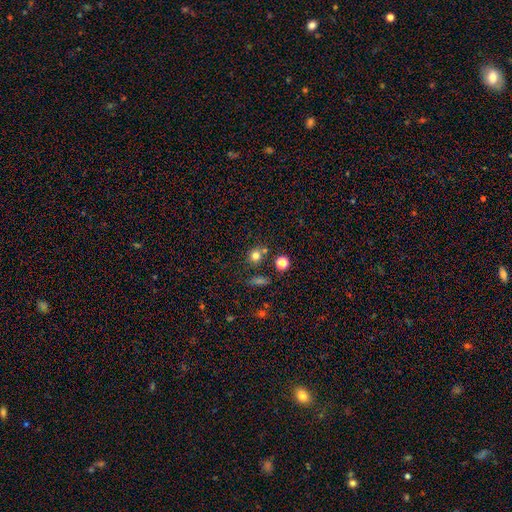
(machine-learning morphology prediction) Smooth or featured: smooth — 76% (star or artifact — 15%)
How rounded: round — 79% (in between — 20%)
Merging: none — 70% (merger — 15%)